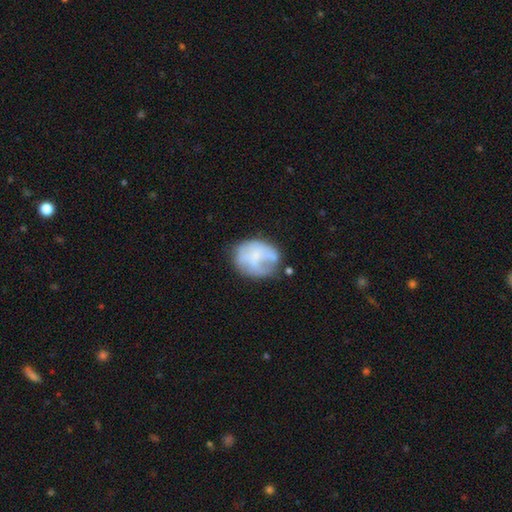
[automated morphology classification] This is possibly a smooth galaxy (51%). How rounded: possibly round (58%). Merging: possibly none (48%).